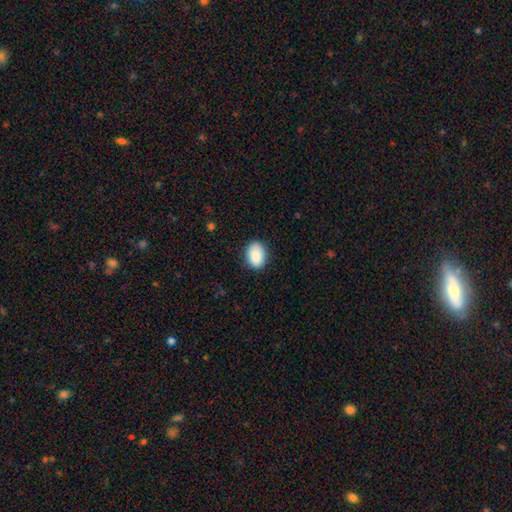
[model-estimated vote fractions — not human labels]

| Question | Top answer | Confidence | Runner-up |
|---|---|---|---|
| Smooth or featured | smooth | 89% | star or artifact (7%) |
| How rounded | in between | 79% | round (20%) |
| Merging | none | 85% | minor disturbance (11%) |